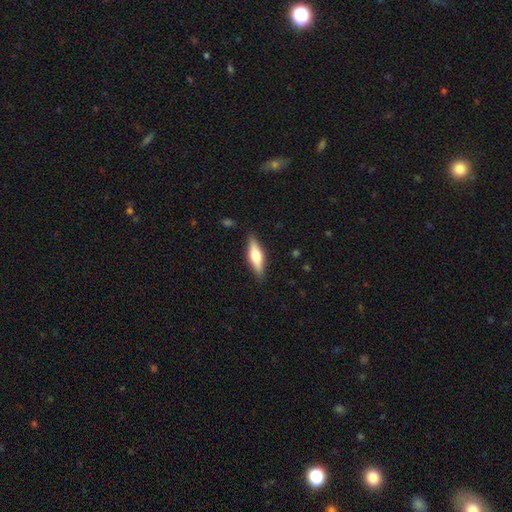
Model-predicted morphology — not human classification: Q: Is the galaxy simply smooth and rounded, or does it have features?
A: smooth — 47%, tied with featured or disk.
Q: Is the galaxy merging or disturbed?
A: none — 87%.